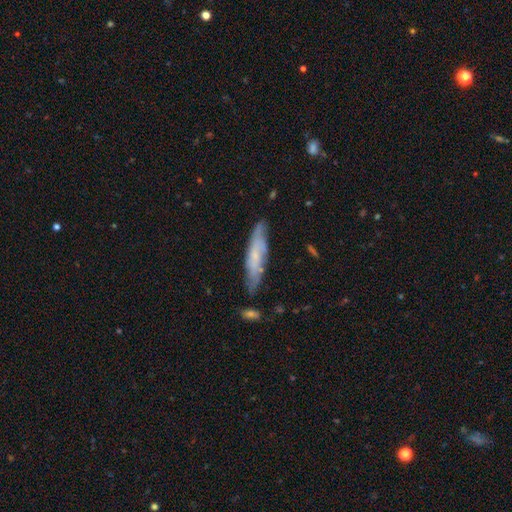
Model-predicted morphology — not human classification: featured or disk 55%, smooth 38%, star or artifact 7%. Down the decision tree: edge-on disk — no (53%); merging — none (75%).